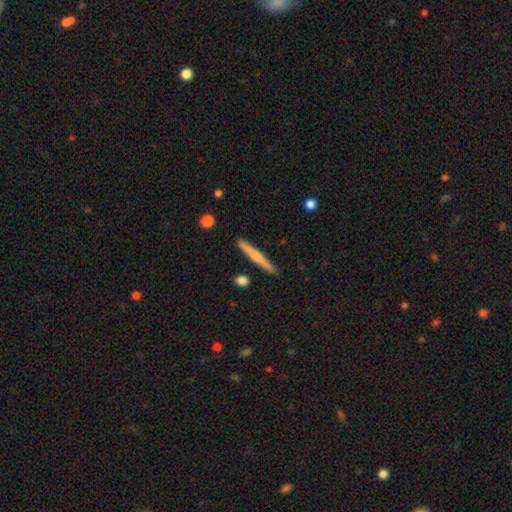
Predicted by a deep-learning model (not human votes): A smooth galaxy with no disk features (51%) that is cigar-shaped (95%). Merging: none (88%).